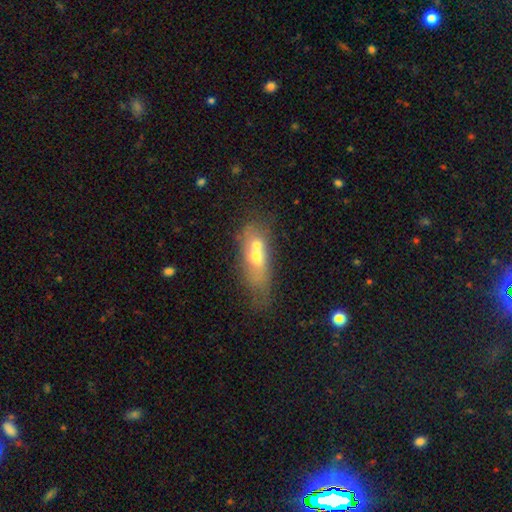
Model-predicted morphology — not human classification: Smooth or featured? smooth (53%)
How rounded? in between (62%)
Merging? merger (50%)